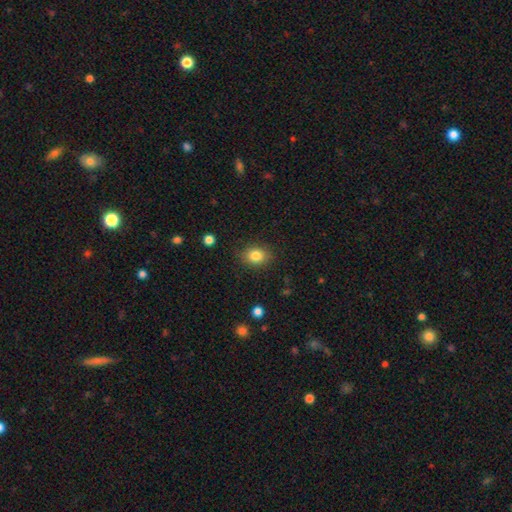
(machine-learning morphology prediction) smooth_or_featured: smooth (p=0.83) [alt: star or artifact p=0.10]
how_rounded: in between (p=0.50) [alt: round p=0.49]
merging: none (p=0.84) [alt: minor disturbance p=0.12]